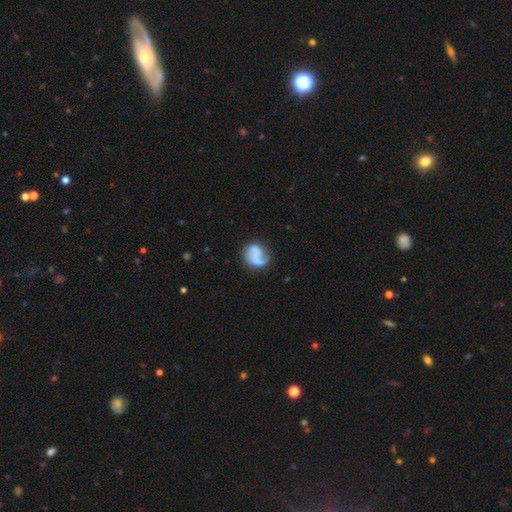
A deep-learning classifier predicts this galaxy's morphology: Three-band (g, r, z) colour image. It shows a featured or disk galaxy (46%, tied with smooth). Merging: none (43%).